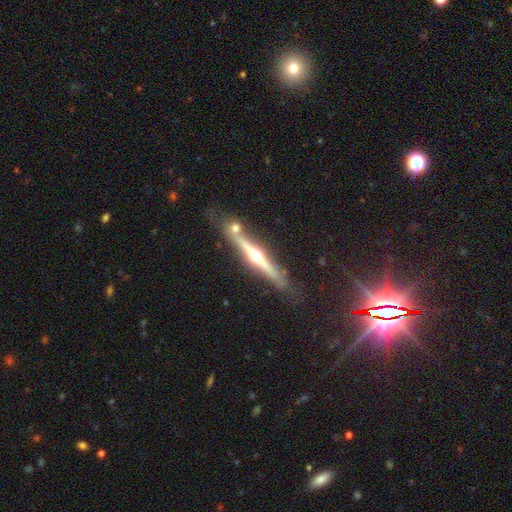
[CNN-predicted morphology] Smooth or featured?
  - featured or disk: 80% *
  - smooth: 15%
  - star or artifact: 6%
Edge-on disk?
  - yes: 97% *
  - no: 3%
Edge-on bulge?
  - rounded: 93% *
  - none: 5%
  - boxy: 3%
Merging?
  - none: 70% *
  - minor disturbance: 14%
  - merger: 13%
  - major disturbance: 4%